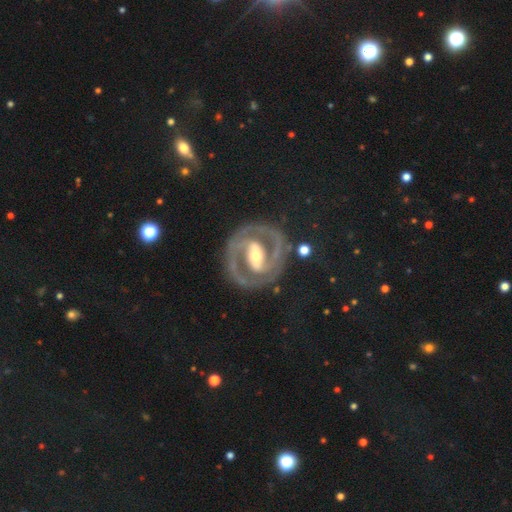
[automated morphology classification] Q: Smooth or featured?
A: featured or disk (87%); runner-up: smooth (8%)
Q: Edge-on disk?
A: no (96%); runner-up: yes (4%)
Q: Bar?
A: strong (60%); runner-up: weak (27%)
Q: Spiral arms?
A: yes (86%); runner-up: no (14%)
Q: Spiral winding?
A: tight (52%); runner-up: medium (39%)
Q: Spiral arm count?
A: 2 (86%); runner-up: can't tell (6%)
Q: Bulge size?
A: moderate (58%); runner-up: small (33%)
Q: Merging?
A: none (80%); runner-up: minor disturbance (12%)